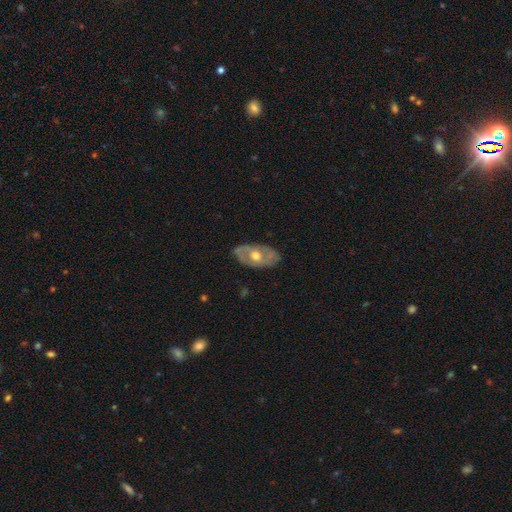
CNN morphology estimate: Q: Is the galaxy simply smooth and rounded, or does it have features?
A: featured or disk — 64%.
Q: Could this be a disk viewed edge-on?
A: no — 88%.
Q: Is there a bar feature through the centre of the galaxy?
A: no — 78%.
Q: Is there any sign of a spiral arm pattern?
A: no — 62%.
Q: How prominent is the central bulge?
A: moderate — 78%.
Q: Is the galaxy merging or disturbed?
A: none — 80%.